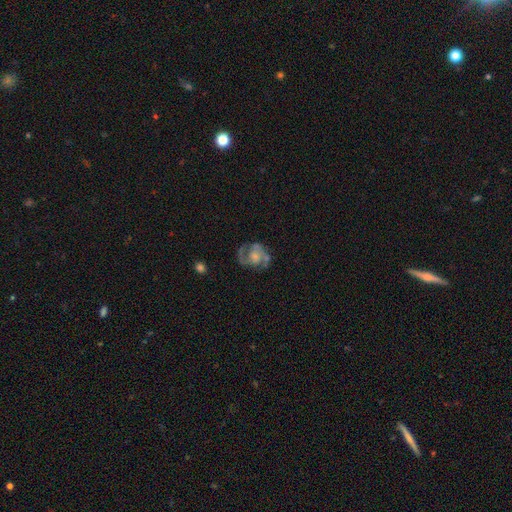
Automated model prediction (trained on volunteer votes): Smooth or featured?
  - featured or disk: 81% *
  - smooth: 13%
  - star or artifact: 6%
Edge-on disk?
  - no: 98% *
  - yes: 2%
Bar?
  - no: 65% *
  - weak: 29%
  - strong: 6%
Spiral arms?
  - yes: 90% *
  - no: 10%
Spiral winding?
  - medium: 52% *
  - tight: 30%
  - loose: 18%
Spiral arm count?
  - 2: 78% *
  - can't tell: 8%
  - 1: 6%
  - 3: 5%
  - 4: 1%
  - more than 4: 1%
Bulge size?
  - small: 41% *
  - moderate: 37%
  - none: 14%
  - large: 7%
  - dominant: 2%
Merging?
  - none: 60% *
  - minor disturbance: 20%
  - major disturbance: 16%
  - merger: 4%